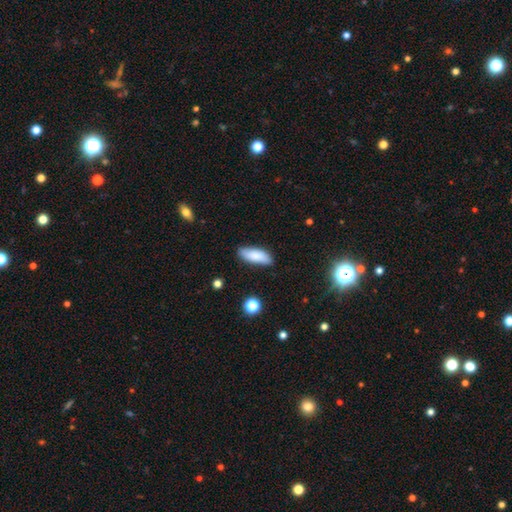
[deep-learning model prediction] Overall: smooth (85%). How rounded: in between (70%). Merging: none (84%).